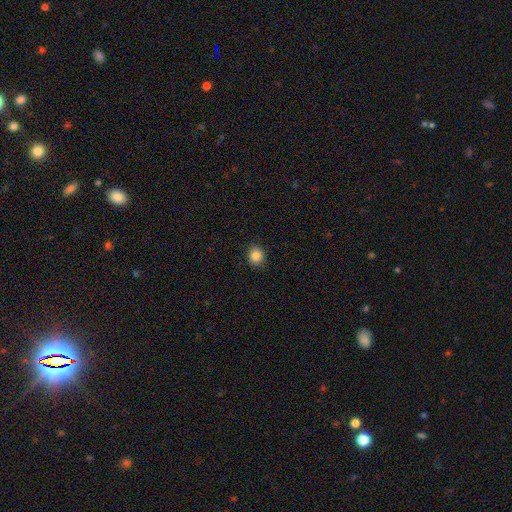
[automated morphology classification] smooth 87%, star or artifact 10%, featured or disk 3%. Down the decision tree: how rounded — round (77%); merging — none (90%).